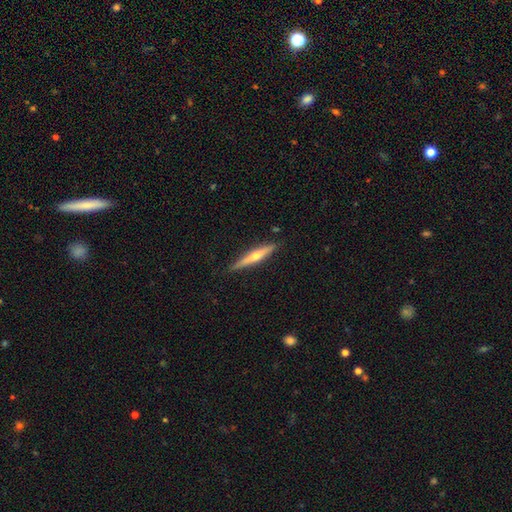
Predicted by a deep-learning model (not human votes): Smooth or featured?
  - featured or disk: 64% *
  - smooth: 30%
  - star or artifact: 5%
Edge-on disk?
  - yes: 97% *
  - no: 3%
Edge-on bulge?
  - rounded: 89% *
  - none: 8%
  - boxy: 3%
Merging?
  - none: 89% *
  - minor disturbance: 8%
  - major disturbance: 1%
  - merger: 1%